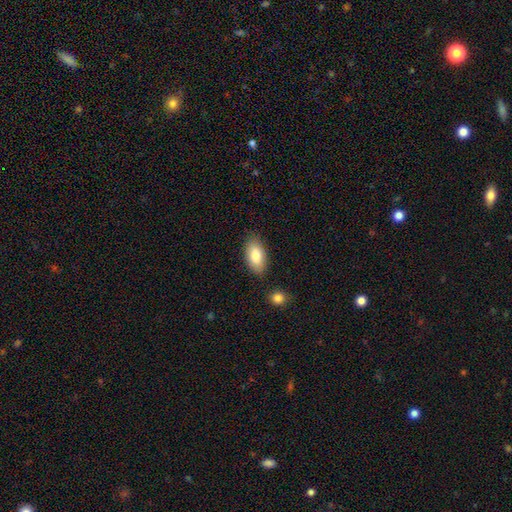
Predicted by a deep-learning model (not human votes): smooth 81%, featured or disk 12%, star or artifact 7%. Down the decision tree: how rounded — in between (92%); merging — none (83%).